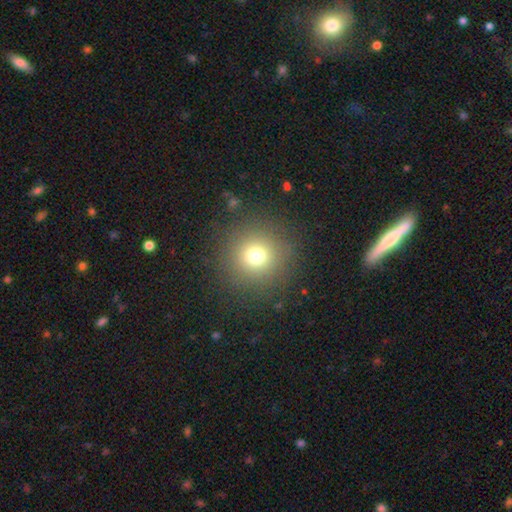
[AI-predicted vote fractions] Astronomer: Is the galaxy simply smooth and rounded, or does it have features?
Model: smooth — 73%.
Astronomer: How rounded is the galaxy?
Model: round — 94%.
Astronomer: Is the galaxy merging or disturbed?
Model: none — 88%.